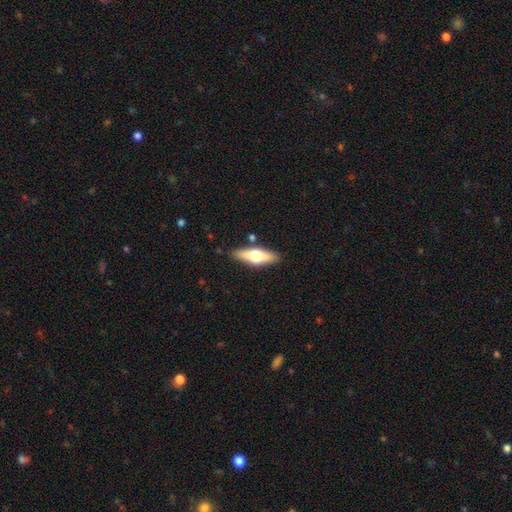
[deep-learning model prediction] Smooth or featured: featured or disk — 48% (smooth — 46%)
Merging: none — 85% (minor disturbance — 10%)